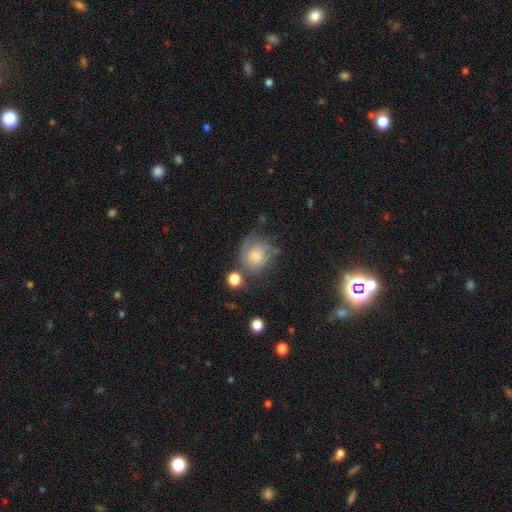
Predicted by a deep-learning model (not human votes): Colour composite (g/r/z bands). It shows a smooth galaxy with no disk features (52%) that is round (73%). Merging: none (41%).